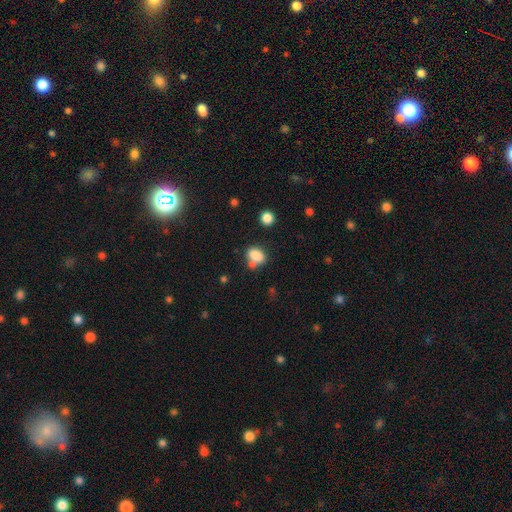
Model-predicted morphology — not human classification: The model was most divided on "merging": none: 53%, merger: 27%, minor disturbance: 15%, major disturbance: 5%. More confident: smooth or featured — smooth (82%); how rounded — in between (77%).